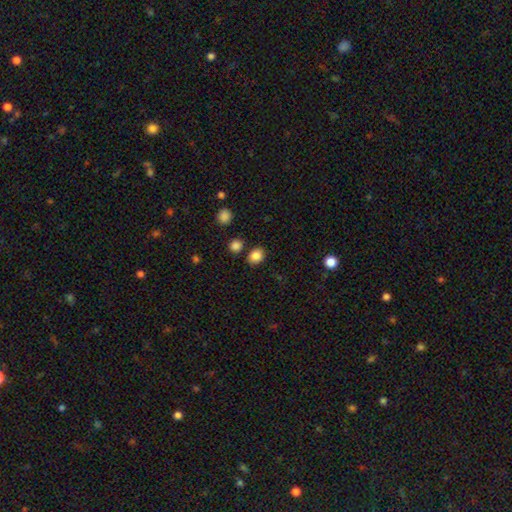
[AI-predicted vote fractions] A smooth galaxy with no disk features (85%) that is round (60%). Merging: none (80%).